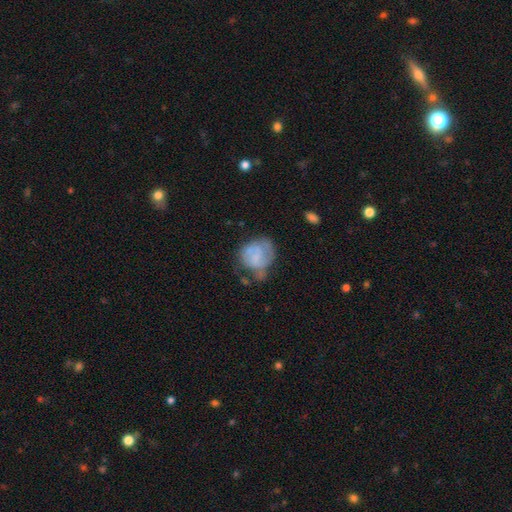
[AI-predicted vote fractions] The model was most divided on "merging": none: 35%, minor disturbance: 31%, major disturbance: 25%, merger: 10%. Remaining: smooth or featured — smooth (49%).